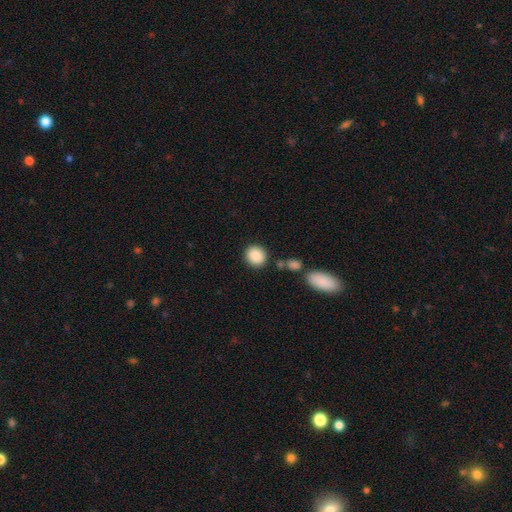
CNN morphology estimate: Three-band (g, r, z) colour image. It shows a smooth galaxy with no disk features (88%) that is round (79%). Merging: none (84%).